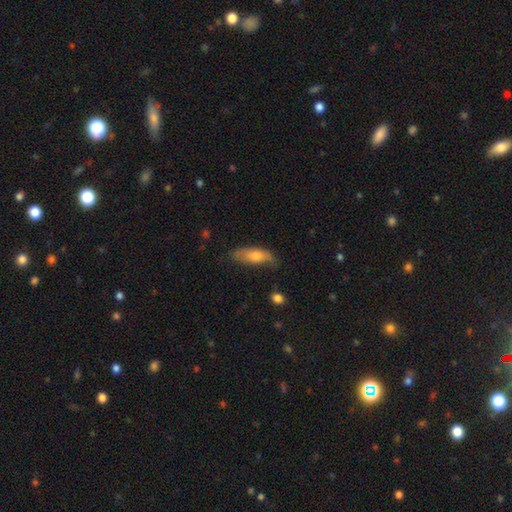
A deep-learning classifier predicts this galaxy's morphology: A smooth galaxy with no disk features (67%) that is in between round and cigar-shaped (63%). Merging: none (58%).